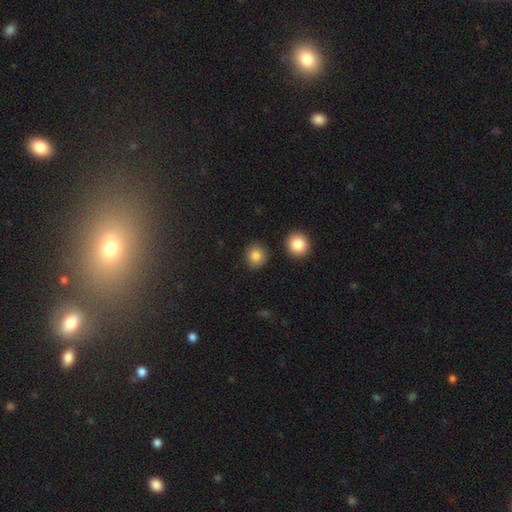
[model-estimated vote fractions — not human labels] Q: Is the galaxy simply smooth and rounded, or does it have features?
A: smooth — 85%.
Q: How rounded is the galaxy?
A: round — 84%.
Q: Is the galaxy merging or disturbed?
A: none — 87%.